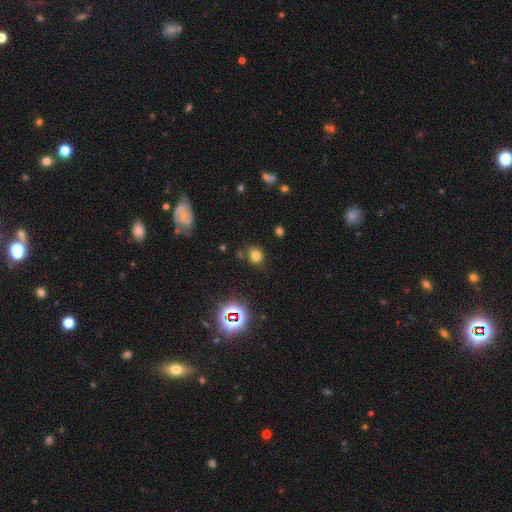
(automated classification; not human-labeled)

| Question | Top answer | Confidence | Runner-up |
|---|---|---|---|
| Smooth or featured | smooth | 72% | star or artifact (20%) |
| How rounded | round | 64% | in between (35%) |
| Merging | none | 80% | minor disturbance (12%) |